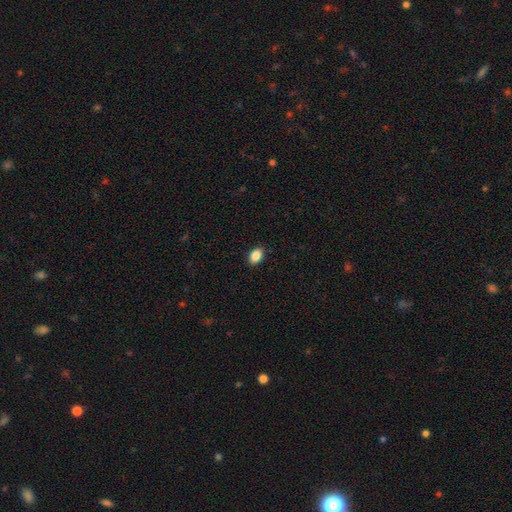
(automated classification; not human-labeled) Q: Smooth or featured?
A: smooth (87%); runner-up: star or artifact (8%)
Q: How rounded?
A: in between (84%); runner-up: round (14%)
Q: Merging?
A: none (90%); runner-up: minor disturbance (8%)